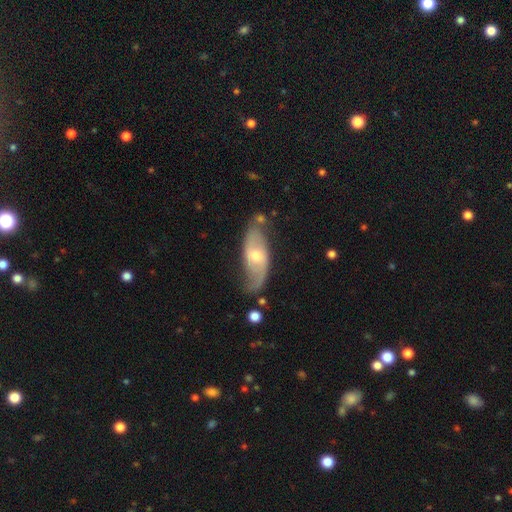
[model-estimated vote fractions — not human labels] Overall: featured or disk (71%). Edge-on disk: no (87%). Bar: no (47%; weak 43%). Spiral arms: yes (87%). Spiral arm count: 2 (82%). Spiral winding: loose (56%; medium 31%). Bulge size: moderate (56%; small 37%). Merging: none (61%; minor disturbance 24%).